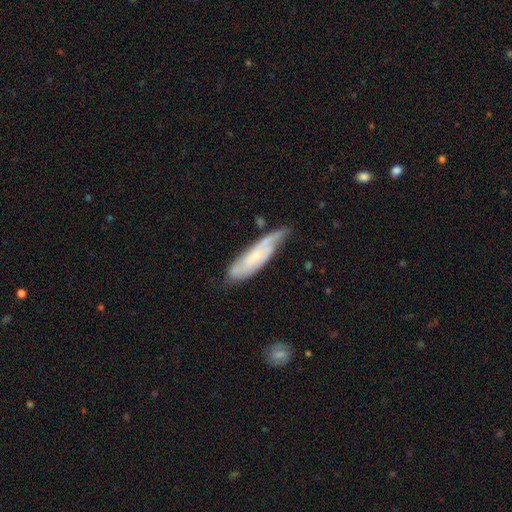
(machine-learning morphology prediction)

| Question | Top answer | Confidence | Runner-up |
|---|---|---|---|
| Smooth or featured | featured or disk | 58% | smooth (35%) |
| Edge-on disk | no | 72% | yes (28%) |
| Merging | none | 52% | minor disturbance (33%) |